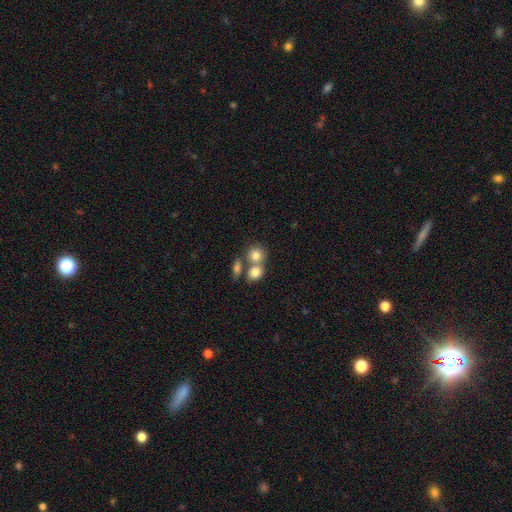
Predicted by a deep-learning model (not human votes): A smooth galaxy with no disk features (79%) that is round (74%). Merging: merger (46%).